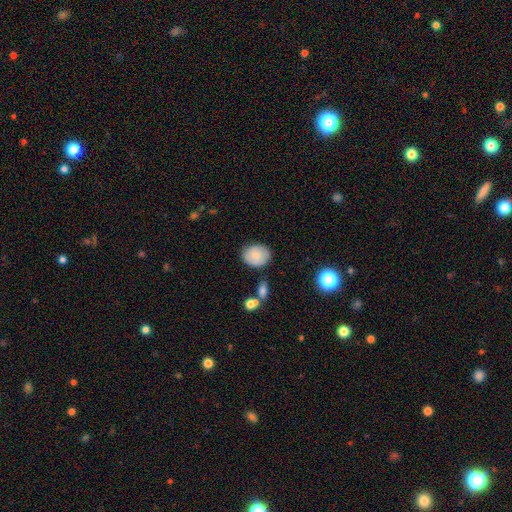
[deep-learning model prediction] A smooth galaxy with no disk features (78%) that is round (54%).

Vote fractions:
- Smooth or featured? smooth: 78% / featured or disk: 15% / star or artifact: 8%
- How rounded? round: 54% / in between: 45% / cigar-shaped: 1%
- Merging? none: 78% / minor disturbance: 15% / major disturbance: 4% / merger: 3%